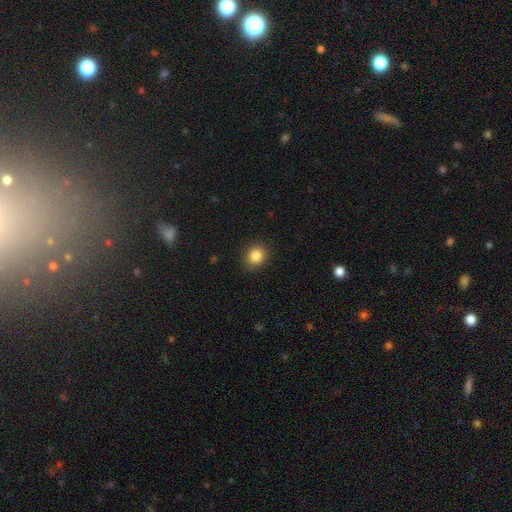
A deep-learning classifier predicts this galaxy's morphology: smooth-or-featured: smooth: 86% | star or artifact: 10% | featured or disk: 4%
  how-rounded: round: 67% | in between: 32% | cigar-shaped: 1%
  merging: none: 85% | minor disturbance: 11% | major disturbance: 3% | merger: 1%